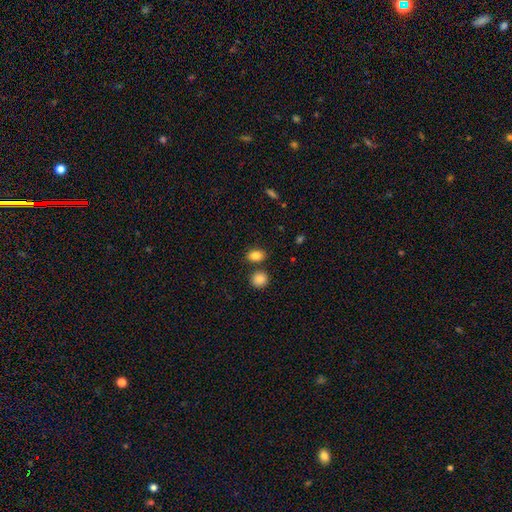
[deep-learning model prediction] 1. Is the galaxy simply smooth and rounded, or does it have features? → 85% smooth, 9% star or artifact, 5% featured or disk.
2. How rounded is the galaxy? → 71% in between, 28% round, 2% cigar-shaped.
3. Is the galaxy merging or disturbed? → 75% none, 13% merger, 10% minor disturbance, 3% major disturbance.